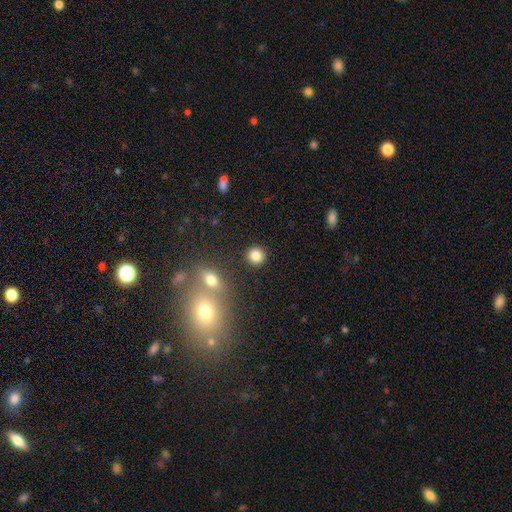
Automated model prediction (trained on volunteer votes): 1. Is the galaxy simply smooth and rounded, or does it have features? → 84% smooth, 11% star or artifact, 5% featured or disk.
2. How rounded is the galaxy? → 90% round, 8% in between, 1% cigar-shaped.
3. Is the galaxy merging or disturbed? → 87% none, 6% minor disturbance, 4% merger, 3% major disturbance.